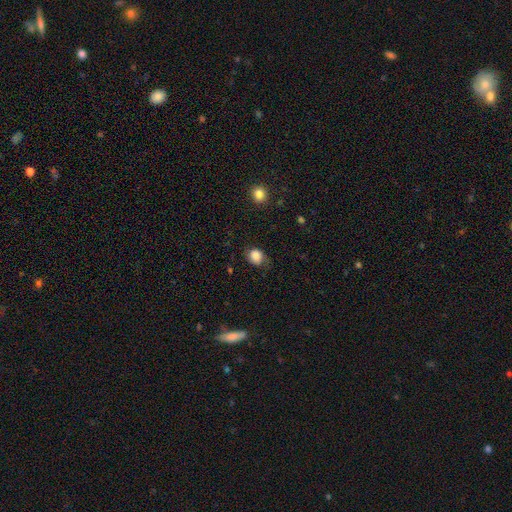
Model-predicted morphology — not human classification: smooth-or-featured: smooth: 81% | featured or disk: 10% | star or artifact: 9%
  how-rounded: round: 60% | in between: 39% | cigar-shaped: 1%
  merging: none: 57% | minor disturbance: 28% | major disturbance: 13% | merger: 2%